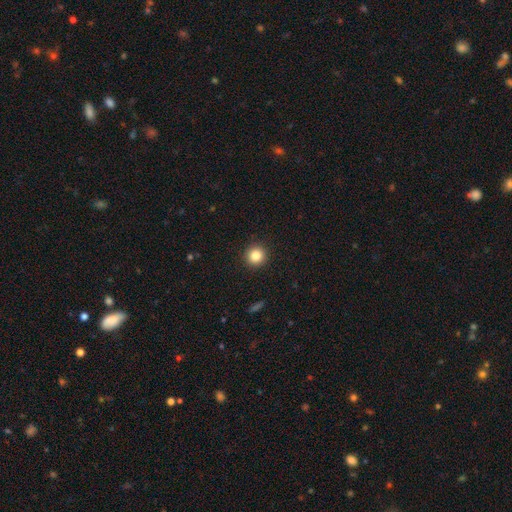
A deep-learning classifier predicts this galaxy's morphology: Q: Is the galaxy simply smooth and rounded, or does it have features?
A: smooth — 84%.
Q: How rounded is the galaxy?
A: round — 95%.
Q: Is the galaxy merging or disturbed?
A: none — 92%.